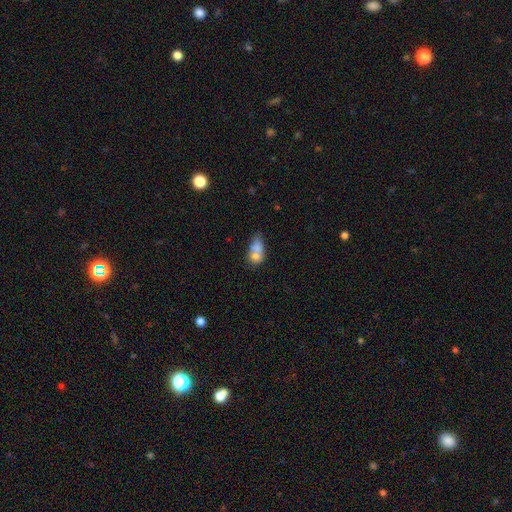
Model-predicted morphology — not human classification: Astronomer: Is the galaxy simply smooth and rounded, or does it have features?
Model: smooth — 69%.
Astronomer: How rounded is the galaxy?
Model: in between — 67%.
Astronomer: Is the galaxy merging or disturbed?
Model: merger — 54%.